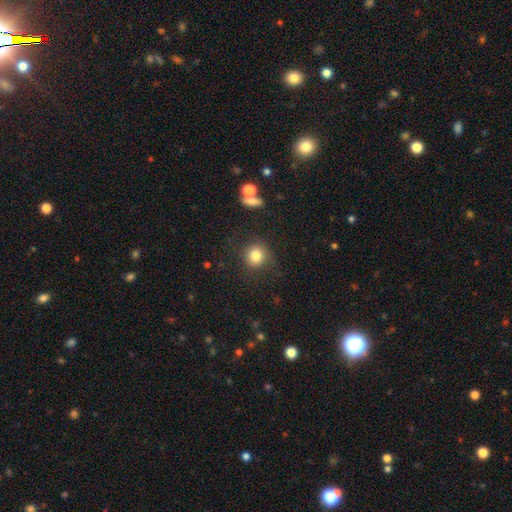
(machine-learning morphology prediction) smooth 82%, star or artifact 11%, featured or disk 7%. Down the decision tree: how rounded — round (89%); merging — none (84%).